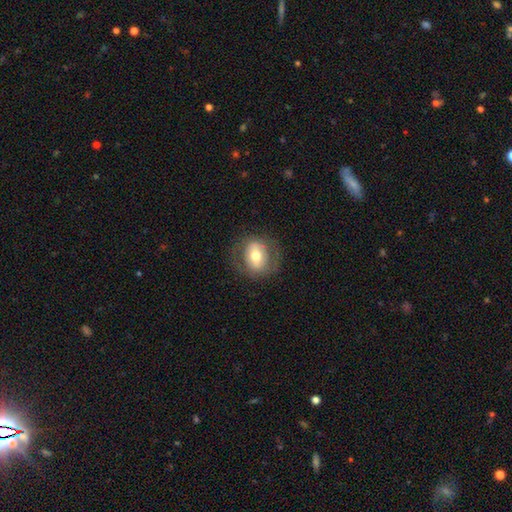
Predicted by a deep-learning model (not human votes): Overall: smooth (51%; featured or disk 41%). How rounded: round (57%; in between 41%). Merging: none (75%).